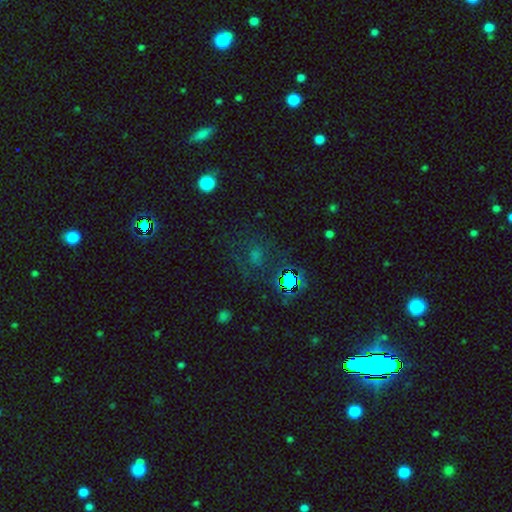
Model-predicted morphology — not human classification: smooth_or_featured: star or artifact (p=0.47) [alt: smooth p=0.38]